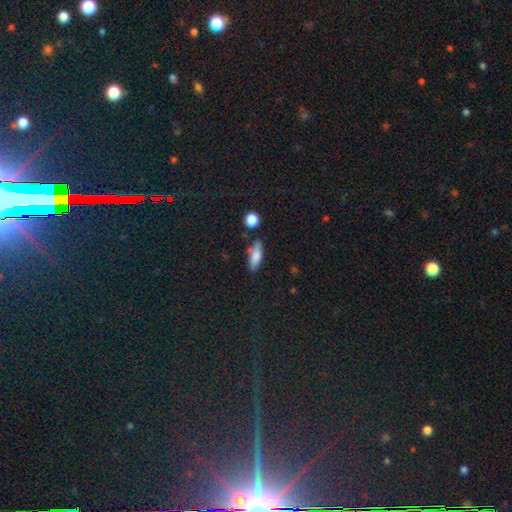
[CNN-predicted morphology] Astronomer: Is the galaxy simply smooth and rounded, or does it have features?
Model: smooth — 80%.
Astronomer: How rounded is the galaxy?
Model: in between — 66%.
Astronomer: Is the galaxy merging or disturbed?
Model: none — 73%.